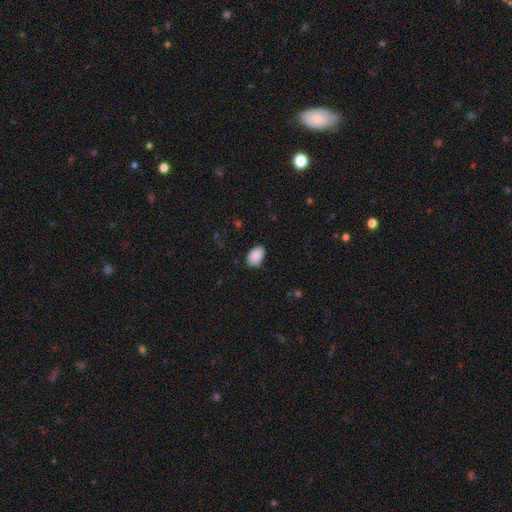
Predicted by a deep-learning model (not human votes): smooth-or-featured: smooth: 90% | star or artifact: 7% | featured or disk: 3%
  how-rounded: in between: 90% | round: 9% | cigar-shaped: 1%
  merging: none: 83% | minor disturbance: 14% | major disturbance: 3% | merger: 1%